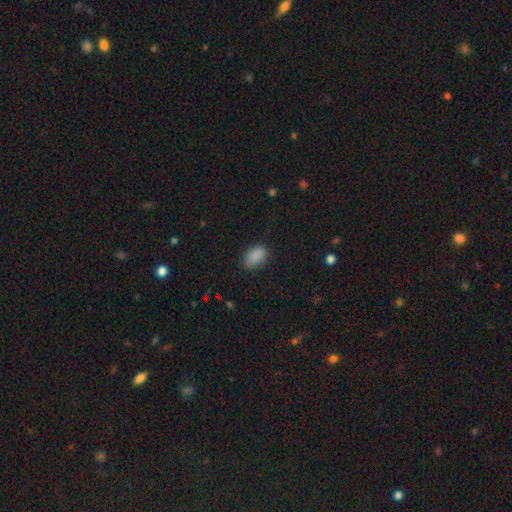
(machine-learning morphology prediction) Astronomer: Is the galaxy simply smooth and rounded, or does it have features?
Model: smooth — 87%.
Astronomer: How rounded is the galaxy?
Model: in between — 91%.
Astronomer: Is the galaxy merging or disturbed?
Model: none — 78%.